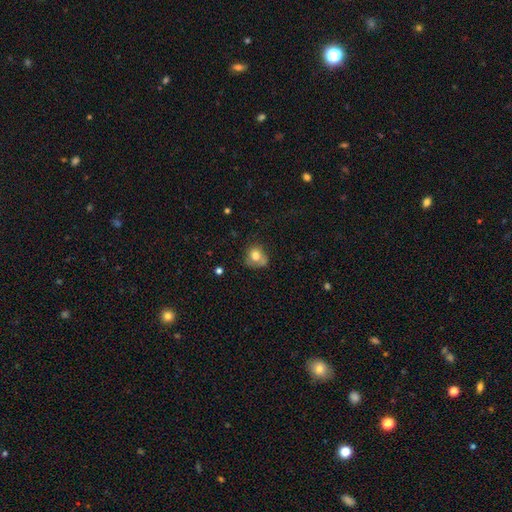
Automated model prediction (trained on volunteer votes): Overall: smooth (75%). How rounded: round (66%; in between 33%). Merging: none (45%; minor disturbance 28%).